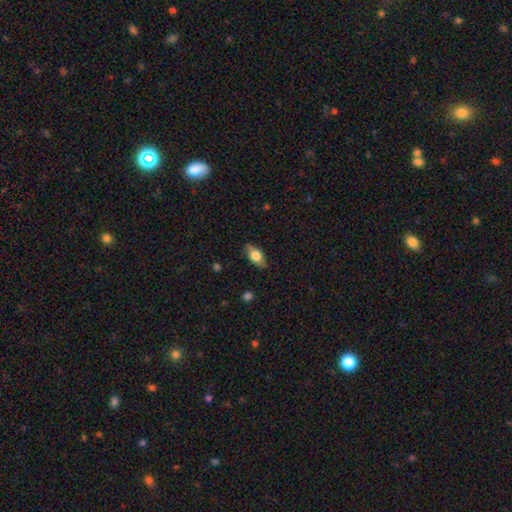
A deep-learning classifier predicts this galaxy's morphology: This appears to be a smooth galaxy with no disk features (64%) that is in between round and cigar-shaped (84%). Merging: none (81%).